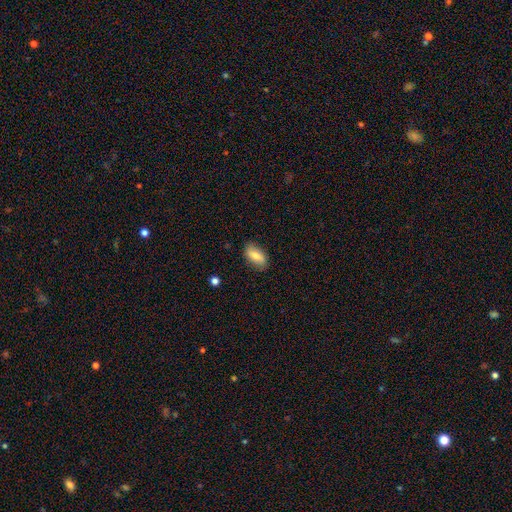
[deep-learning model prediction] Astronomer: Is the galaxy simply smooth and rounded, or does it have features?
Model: smooth — 75%.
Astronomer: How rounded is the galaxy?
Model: in between — 90%.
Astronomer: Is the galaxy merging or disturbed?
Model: none — 83%.